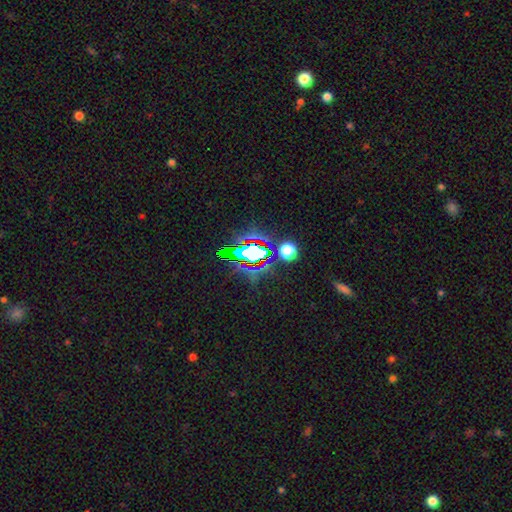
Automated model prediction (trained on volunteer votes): Overall: star or artifact (67%).